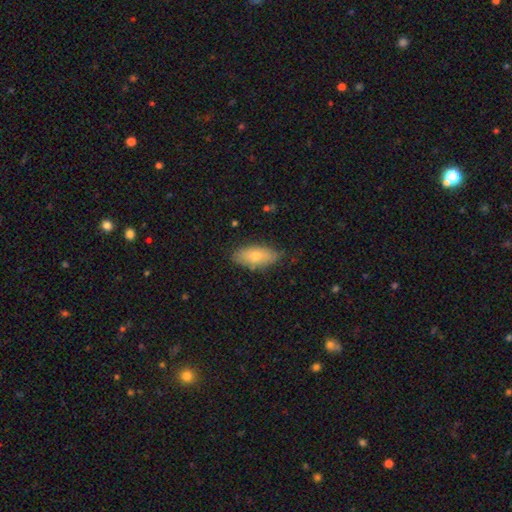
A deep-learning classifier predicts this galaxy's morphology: Q: Smooth or featured?
A: smooth (68%); runner-up: featured or disk (25%)
Q: How rounded?
A: in between (85%); runner-up: cigar-shaped (12%)
Q: Merging?
A: none (76%); runner-up: minor disturbance (20%)